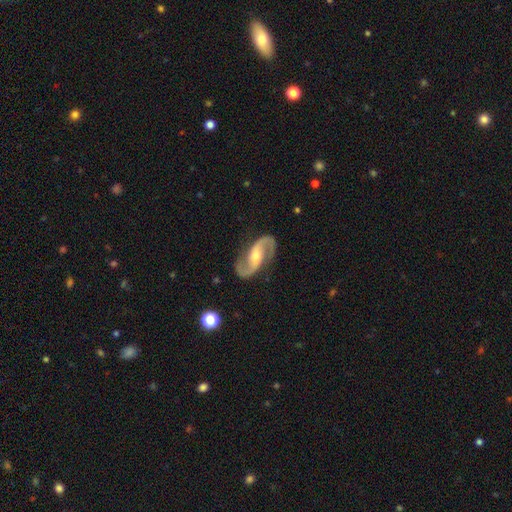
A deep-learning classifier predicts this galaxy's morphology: Smooth or featured? featured or disk (93%)
Edge-on disk? no (97%)
Bar? no (39%)
Spiral arms? yes (98%)
Spiral winding? medium (48%)
Spiral arm count? 2 (95%)
Bulge size? moderate (55%)
Merging? none (85%)